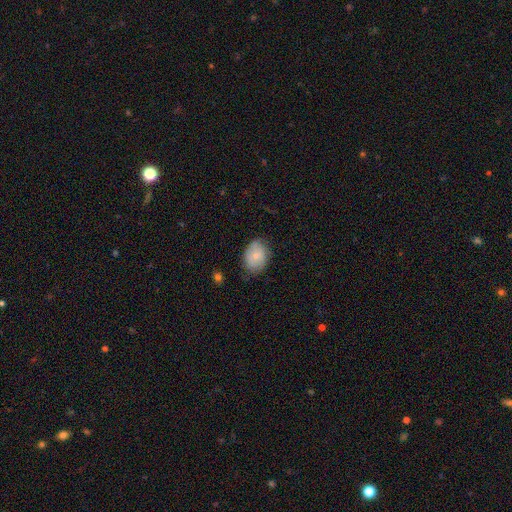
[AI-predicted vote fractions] This is likely a smooth galaxy (76%). How rounded: likely in between (74%). Merging: likely none (70%).